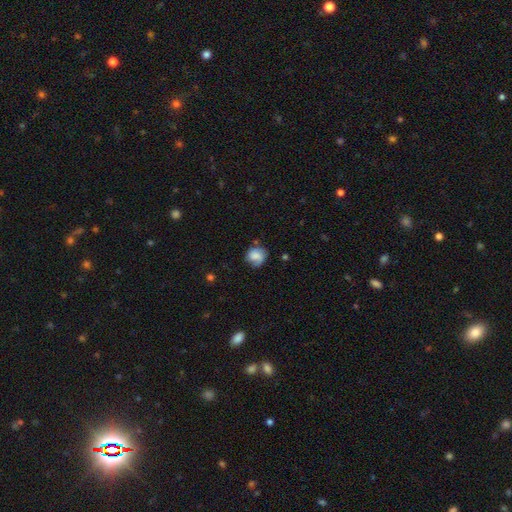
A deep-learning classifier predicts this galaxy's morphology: This appears to be a smooth galaxy with no disk features (70%) that is round (77%). Merging: none (57%).